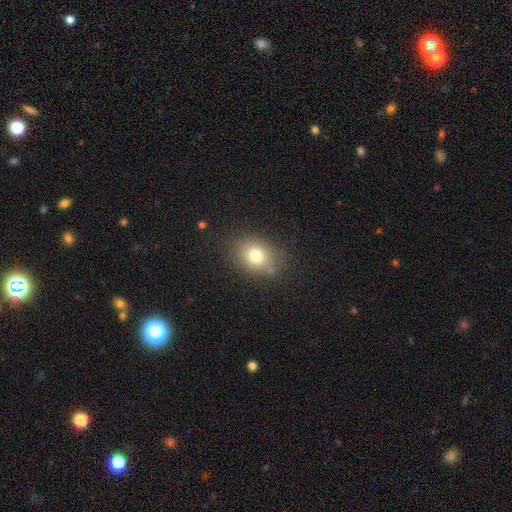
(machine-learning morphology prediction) smooth_or_featured: smooth (p=0.77) [alt: star or artifact p=0.12]
how_rounded: in between (p=0.53) [alt: round p=0.46]
merging: none (p=0.79) [alt: minor disturbance p=0.14]